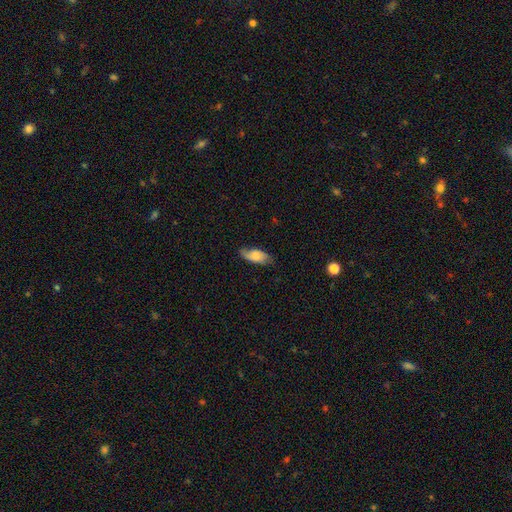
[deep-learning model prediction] Q: Smooth or featured?
A: smooth (69%); runner-up: featured or disk (24%)
Q: How rounded?
A: in between (82%); runner-up: cigar-shaped (15%)
Q: Merging?
A: none (72%); runner-up: minor disturbance (22%)